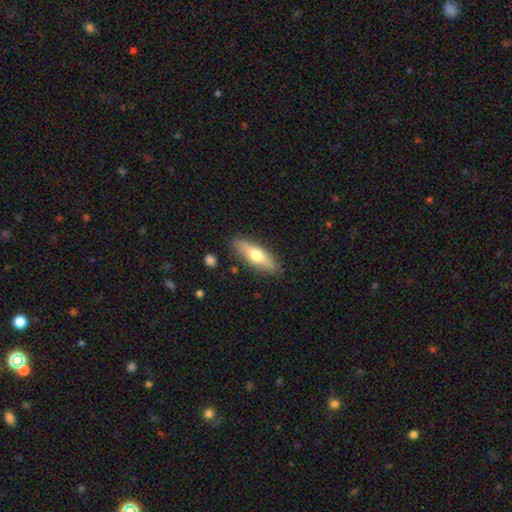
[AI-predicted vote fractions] A smooth galaxy with no disk features (59%) that is cigar-shaped (53%).

Vote fractions:
- Smooth or featured? smooth: 59% / featured or disk: 36% / star or artifact: 6%
- How rounded? cigar-shaped: 53% / in between: 44% / round: 3%
- Merging? none: 85% / minor disturbance: 11% / major disturbance: 2% / merger: 2%